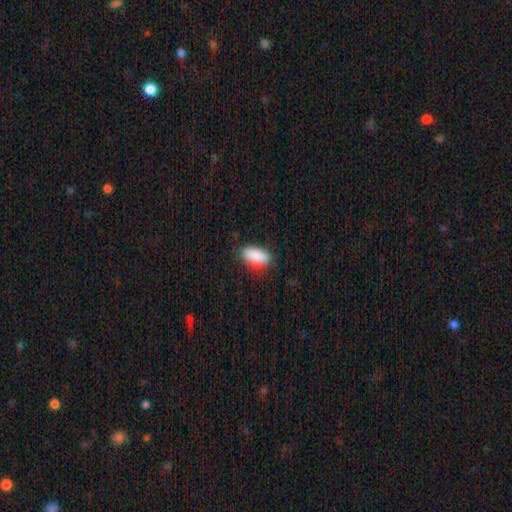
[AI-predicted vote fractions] The model was most divided on "merging": none: 79%, minor disturbance: 16%, major disturbance: 4%, merger: 1%. More confident: how rounded — in between (90%); smooth or featured — smooth (89%).